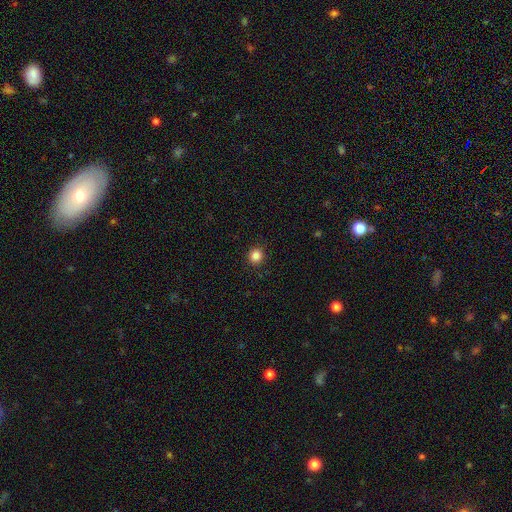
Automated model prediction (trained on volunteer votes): Overall: smooth (85%). How rounded: round (90%). Merging: none (92%).